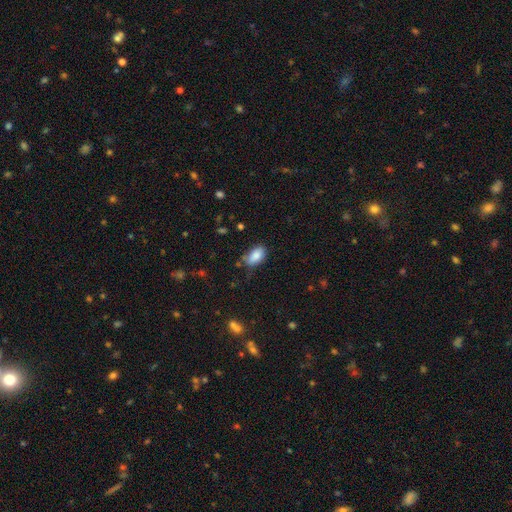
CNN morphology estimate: Q: Smooth or featured?
A: smooth (86%); runner-up: star or artifact (8%)
Q: How rounded?
A: in between (92%); runner-up: round (5%)
Q: Merging?
A: none (65%); runner-up: minor disturbance (26%)